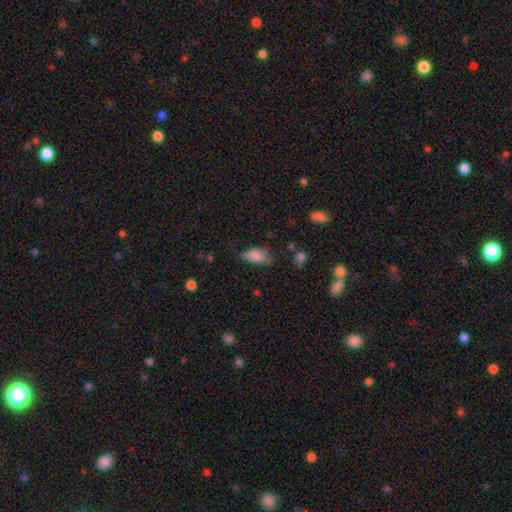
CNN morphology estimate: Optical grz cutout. It shows a smooth galaxy with no disk features (84%) that is in between round and cigar-shaped (91%). Merging: none (54%).